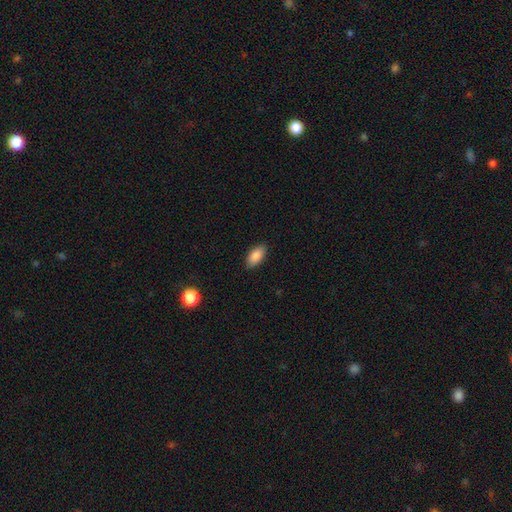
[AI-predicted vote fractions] Q: Smooth or featured?
A: smooth (87%); runner-up: star or artifact (7%)
Q: How rounded?
A: in between (90%); runner-up: cigar-shaped (7%)
Q: Merging?
A: none (88%); runner-up: minor disturbance (9%)